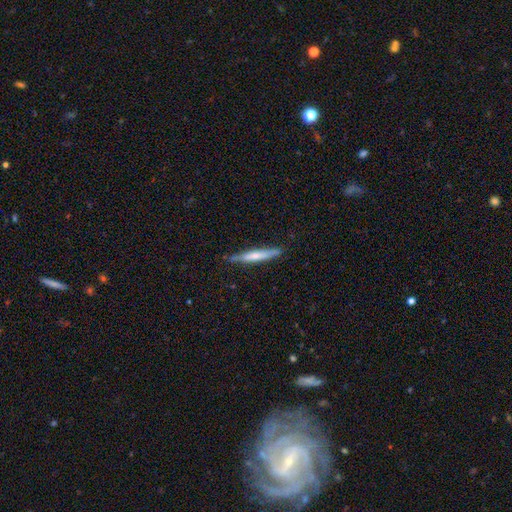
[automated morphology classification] This is possibly a smooth galaxy (53%). How rounded: clearly cigar-shaped (94%). Merging: clearly none (82%).